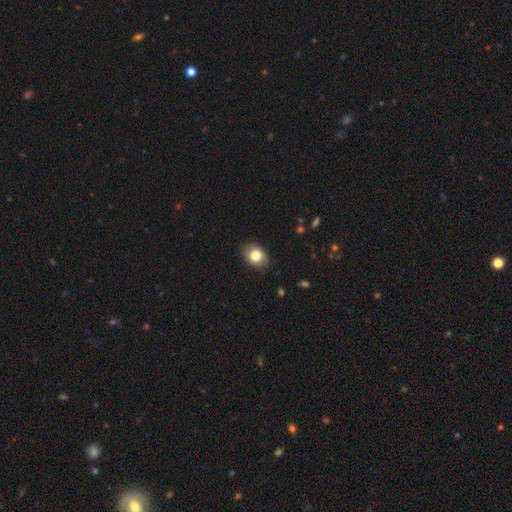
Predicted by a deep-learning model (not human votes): The model was most divided on "how rounded": in between: 63%, round: 36%, cigar-shaped: 1%. More confident: merging — none (82%); smooth or featured — smooth (82%).